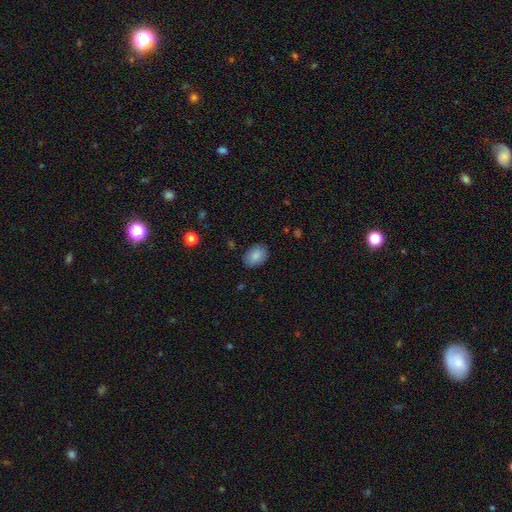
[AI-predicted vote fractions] Q: Smooth or featured?
A: smooth (87%); runner-up: star or artifact (7%)
Q: How rounded?
A: in between (80%); runner-up: round (19%)
Q: Merging?
A: none (84%); runner-up: minor disturbance (12%)